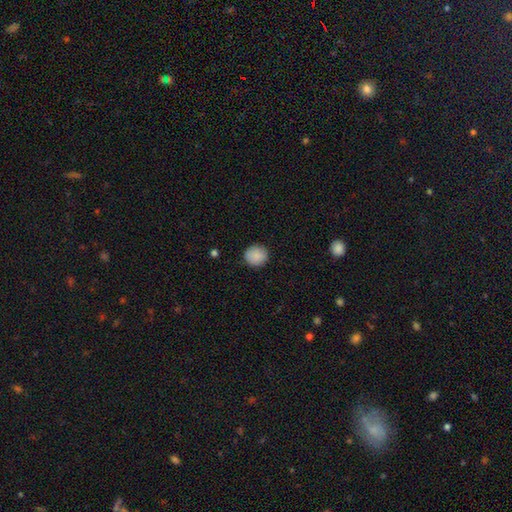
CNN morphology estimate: Smooth or featured? smooth (89%)
How rounded? round (91%)
Merging? none (90%)